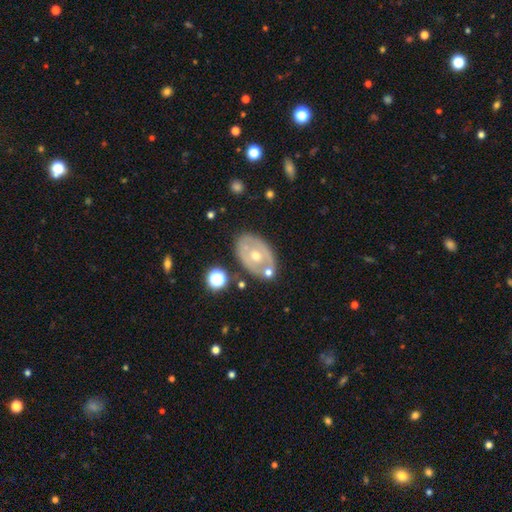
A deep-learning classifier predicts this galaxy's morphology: featured or disk 64%, smooth 29%, star or artifact 7%. Down the decision tree: edge-on disk — no (92%); bar — no (79%); spiral arms — no (75%); bulge size — moderate (64%); merging — none (70%).